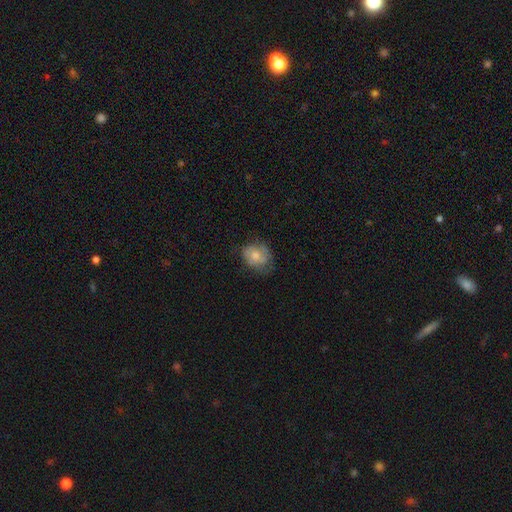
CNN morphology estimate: Q: Smooth or featured?
A: smooth (59%); runner-up: featured or disk (33%)
Q: How rounded?
A: round (53%); runner-up: in between (46%)
Q: Merging?
A: none (59%); runner-up: minor disturbance (28%)